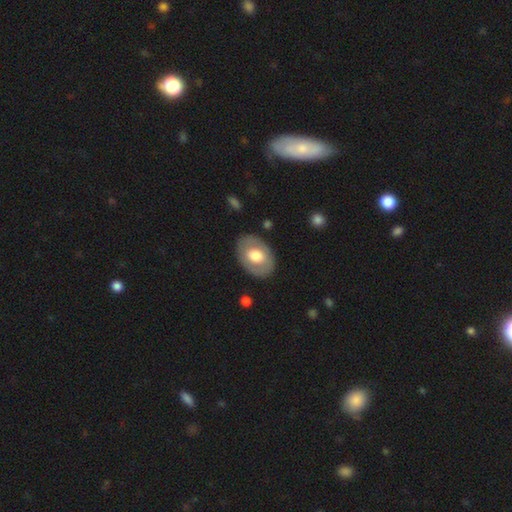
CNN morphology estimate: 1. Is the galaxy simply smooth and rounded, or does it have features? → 53% smooth, 42% featured or disk, 5% star or artifact.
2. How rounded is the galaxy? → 78% in between, 21% round, 1% cigar-shaped.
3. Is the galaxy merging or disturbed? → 82% none, 12% minor disturbance, 4% major disturbance, 1% merger.